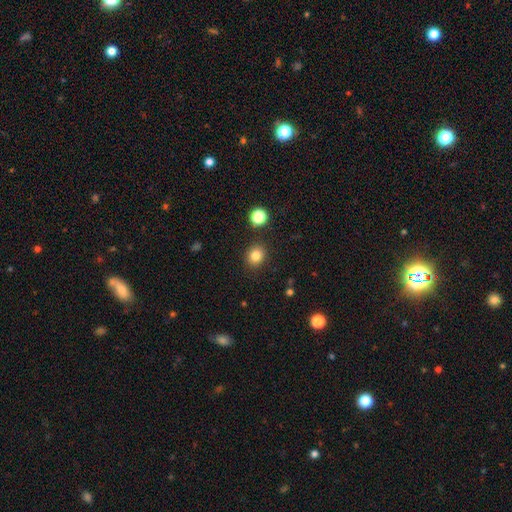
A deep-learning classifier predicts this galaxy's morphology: The model was most divided on "how rounded": round: 72%, in between: 27%, cigar-shaped: 1%. More confident: merging — none (87%); smooth or featured — smooth (82%).